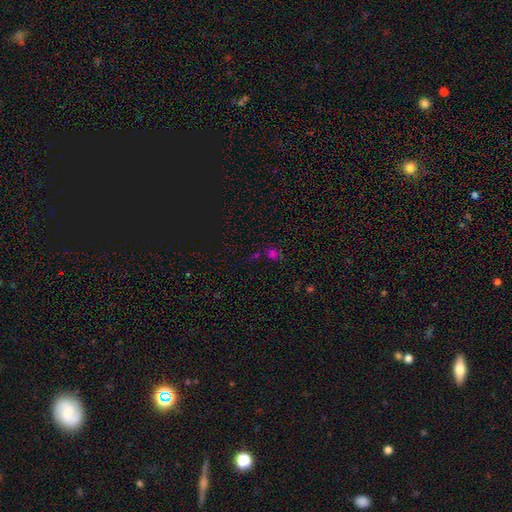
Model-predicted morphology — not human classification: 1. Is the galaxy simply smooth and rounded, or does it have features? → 50% smooth, 43% star or artifact, 7% featured or disk.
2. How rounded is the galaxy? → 57% round, 41% in between, 2% cigar-shaped.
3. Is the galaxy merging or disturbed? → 63% none, 17% merger, 13% minor disturbance, 6% major disturbance.